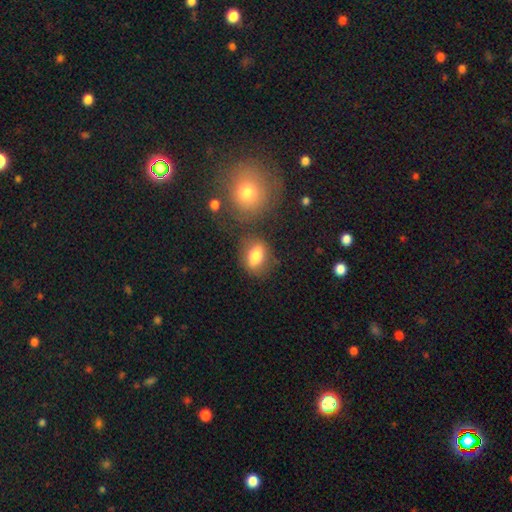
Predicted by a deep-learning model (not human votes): This is clearly a smooth galaxy (81%). How rounded: likely in between (74%). Merging: likely none (69%).